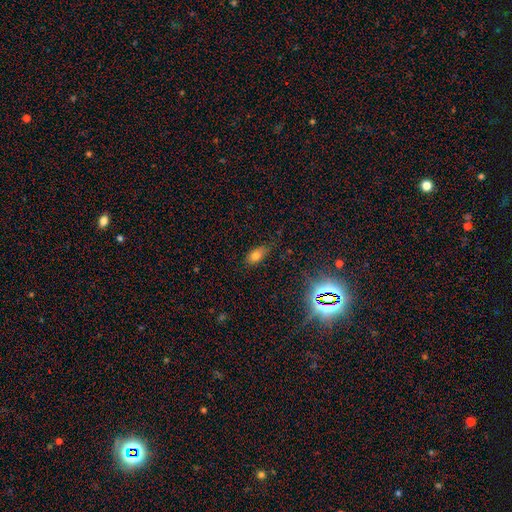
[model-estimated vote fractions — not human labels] The model was most divided on "merging": none: 75%, minor disturbance: 19%, major disturbance: 4%, merger: 2%. More confident: how rounded — in between (84%); smooth or featured — smooth (75%).